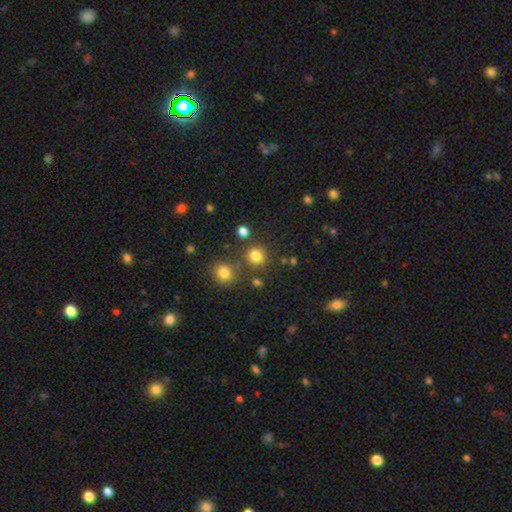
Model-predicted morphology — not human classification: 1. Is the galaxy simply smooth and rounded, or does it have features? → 79% smooth, 16% star or artifact, 5% featured or disk.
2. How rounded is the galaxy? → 88% round, 11% in between, 1% cigar-shaped.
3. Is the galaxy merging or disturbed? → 80% none, 9% merger, 8% minor disturbance, 3% major disturbance.